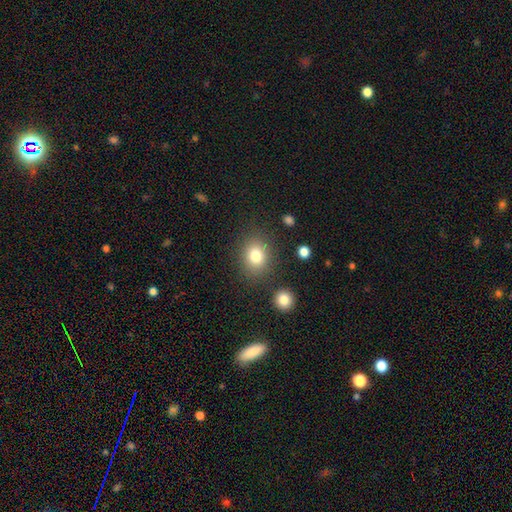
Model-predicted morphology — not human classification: Smooth or featured: smooth — 80% (star or artifact — 11%)
How rounded: round — 62% (in between — 37%)
Merging: none — 82% (minor disturbance — 10%)